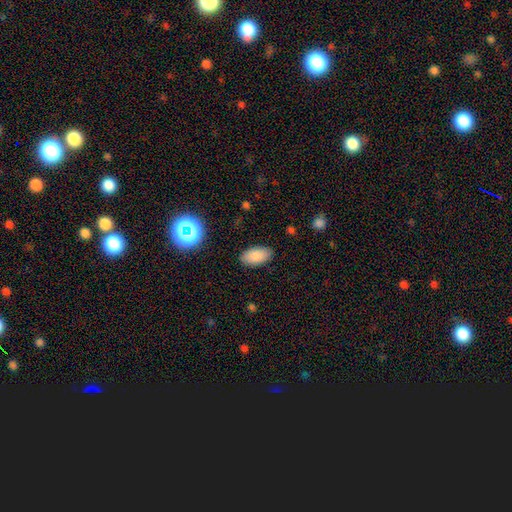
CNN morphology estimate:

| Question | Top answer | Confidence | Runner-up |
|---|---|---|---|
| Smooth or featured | smooth | 85% | star or artifact (9%) |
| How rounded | in between | 94% | round (3%) |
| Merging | none | 87% | minor disturbance (9%) |